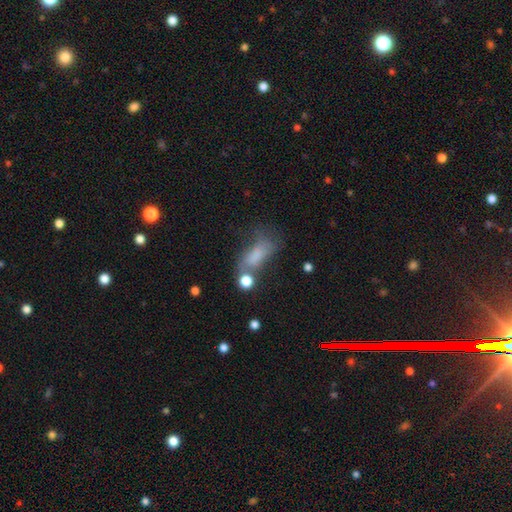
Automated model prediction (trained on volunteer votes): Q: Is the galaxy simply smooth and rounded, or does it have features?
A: smooth — 63%.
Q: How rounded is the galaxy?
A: in between — 75%.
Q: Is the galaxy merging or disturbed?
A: none — 31%.